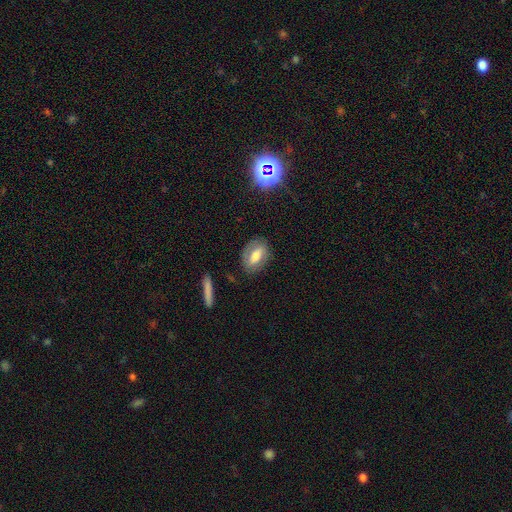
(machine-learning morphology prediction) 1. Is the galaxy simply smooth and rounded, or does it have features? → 53% smooth, 39% featured or disk, 8% star or artifact.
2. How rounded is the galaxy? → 83% in between, 13% round, 4% cigar-shaped.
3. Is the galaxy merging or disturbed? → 78% none, 15% minor disturbance, 5% major disturbance, 2% merger.